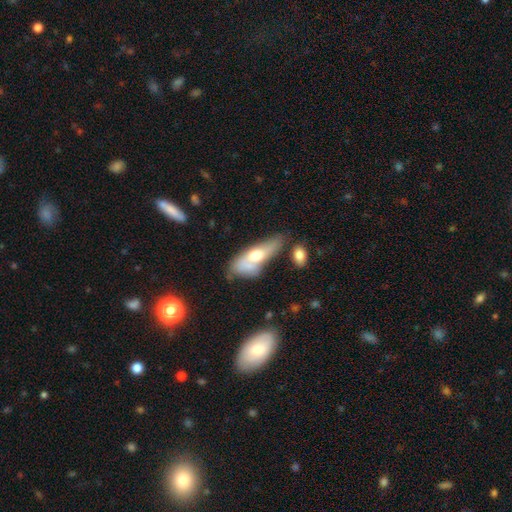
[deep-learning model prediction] This is possibly a smooth galaxy (54%). How rounded: likely in between (64%). Merging: marginally none (36%).